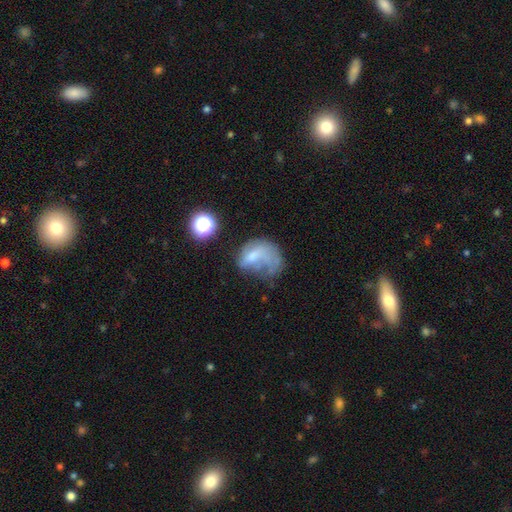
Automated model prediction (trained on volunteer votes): The model was most divided on "smooth or featured": smooth: 45%, featured or disk: 41%, star or artifact: 14%. Remaining: merging — major disturbance (48%).